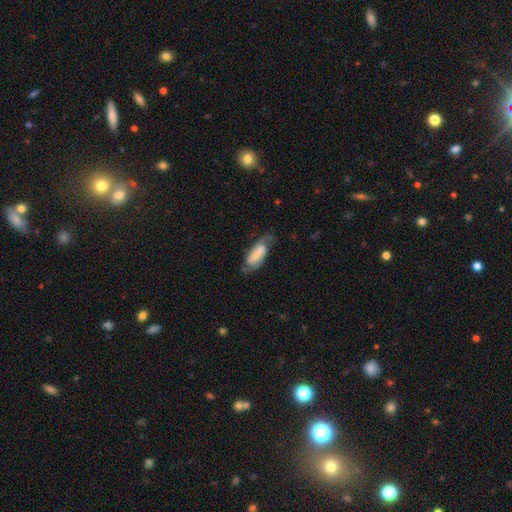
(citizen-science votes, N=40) Smooth or featured?
  - featured or disk: 88% *
  - star or artifact: 8%
  - smooth: 5%
Edge-on disk?
  - no: 94% *
  - yes: 6%
Bar?
  - strong: 42% *
  - weak: 33%
  - no: 24%
Spiral arms?
  - yes: 91% *
  - no: 9%
Spiral winding?
  - medium: 47% *
  - loose: 30%
  - tight: 23%
Spiral arm count?
  - 2: 100% *
  - 1: 0%
  - 3: 0%
  - 4: 0%
  - more than 4: 0%
  - can't tell: 0%
Bulge size?
  - small: 36% *
  - none: 27%
  - moderate: 18%
  - large: 12%
  - dominant: 6%
Merging?
  - none: 68% *
  - minor disturbance: 24%
  - major disturbance: 5%
  - merger: 3%